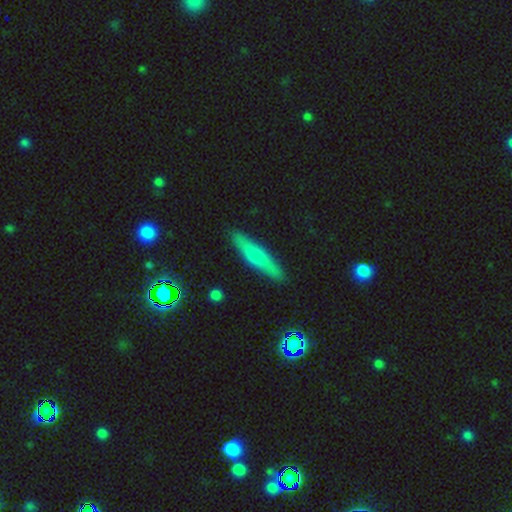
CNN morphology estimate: Smooth or featured? smooth (47%)
Merging? none (89%)